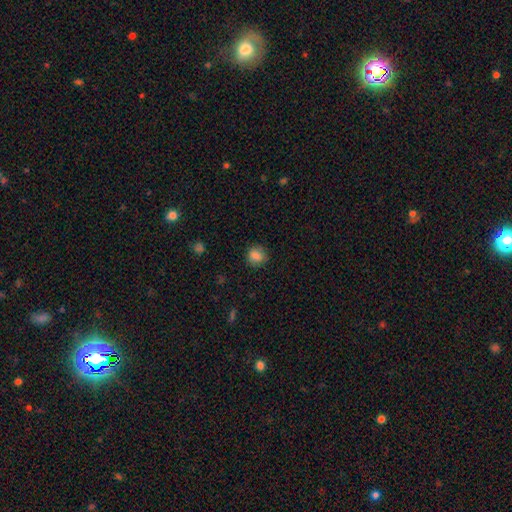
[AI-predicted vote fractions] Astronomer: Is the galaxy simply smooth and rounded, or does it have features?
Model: smooth — 84%.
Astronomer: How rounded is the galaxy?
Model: round — 86%.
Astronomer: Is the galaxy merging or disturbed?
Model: none — 87%.